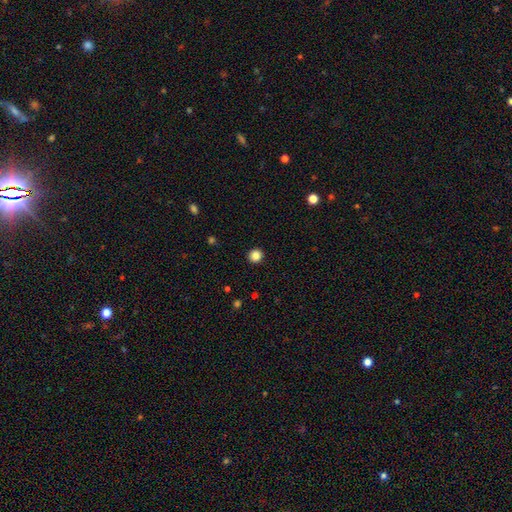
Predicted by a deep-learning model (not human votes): Smooth or featured? smooth (85%)
How rounded? round (91%)
Merging? none (93%)